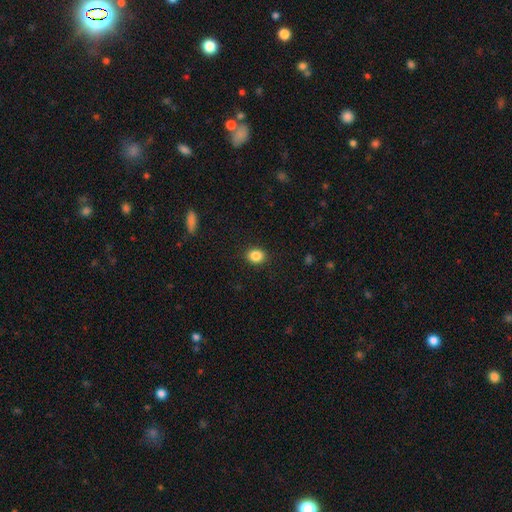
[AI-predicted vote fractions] Morphology: type=smooth (86%); roundness=round (57%); merging=none (90%).